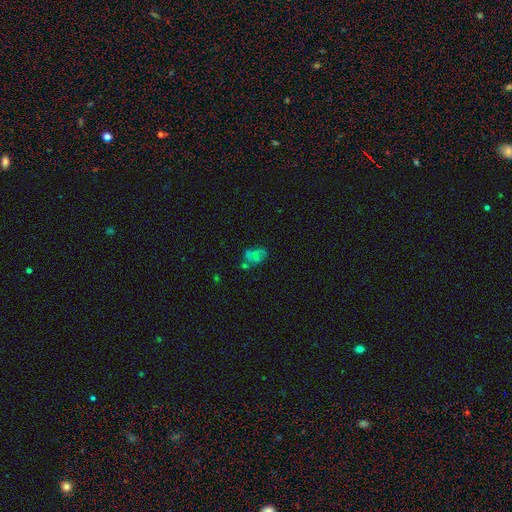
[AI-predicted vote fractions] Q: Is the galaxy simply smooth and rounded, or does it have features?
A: smooth — 45%.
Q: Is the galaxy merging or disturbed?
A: none — 42%.